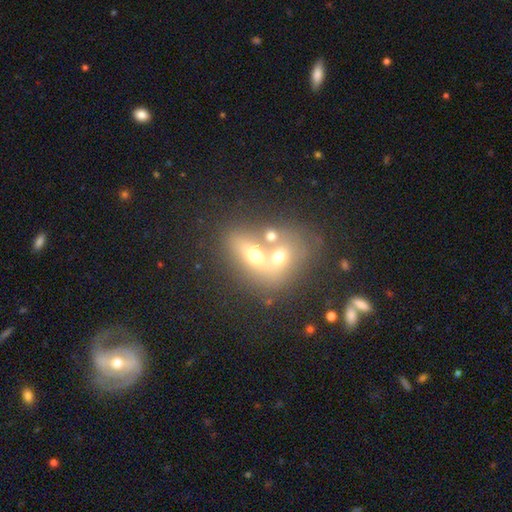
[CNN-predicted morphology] Overall: smooth (47%; featured or disk 39%). Merging: merger (68%).